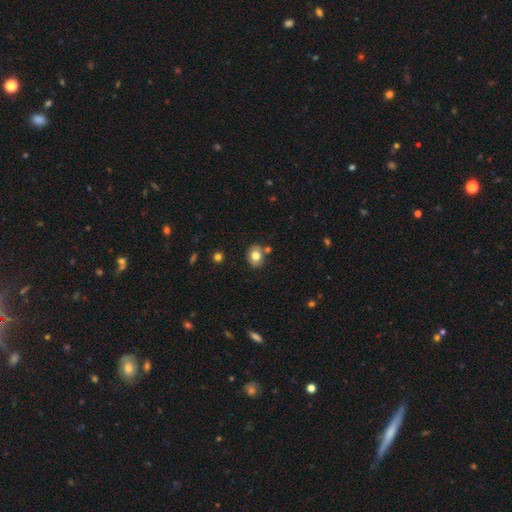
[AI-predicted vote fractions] A smooth galaxy with no disk features (79%) that is in between round and cigar-shaped (50%).

Vote fractions:
- Smooth or featured? smooth: 79% / featured or disk: 12% / star or artifact: 10%
- How rounded? in between: 50% / round: 49% / cigar-shaped: 1%
- Merging? none: 77% / minor disturbance: 12% / merger: 9% / major disturbance: 2%